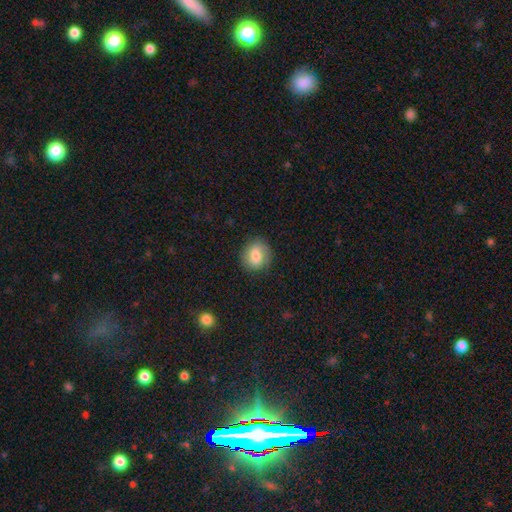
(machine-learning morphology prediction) type=smooth (74%); roundness=round (70%); merging=none (83%).